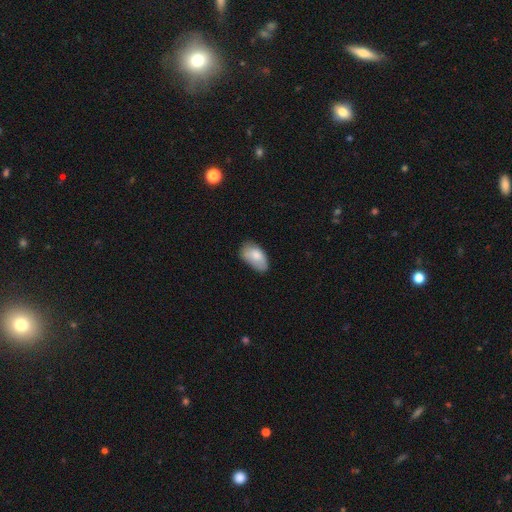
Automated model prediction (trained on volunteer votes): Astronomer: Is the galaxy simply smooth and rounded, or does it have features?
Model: smooth — 77%.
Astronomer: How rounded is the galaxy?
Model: in between — 94%.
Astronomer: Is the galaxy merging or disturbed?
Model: none — 55% (runner-up: minor disturbance, 34%).